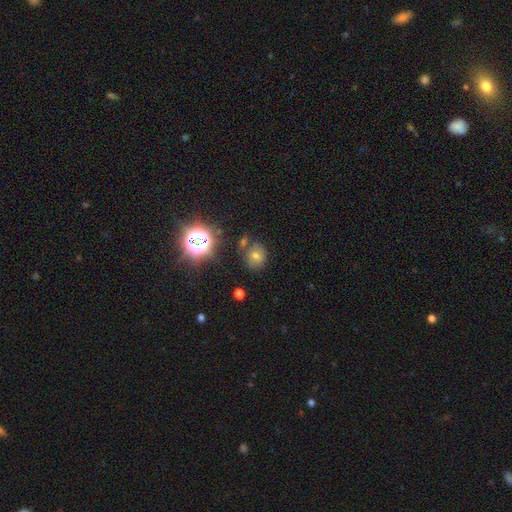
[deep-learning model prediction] A smooth galaxy with no disk features (50%).

Vote fractions:
- Smooth or featured? smooth: 50% / star or artifact: 34% / featured or disk: 16%
- Merging? none: 74% / minor disturbance: 13% / merger: 8% / major disturbance: 5%